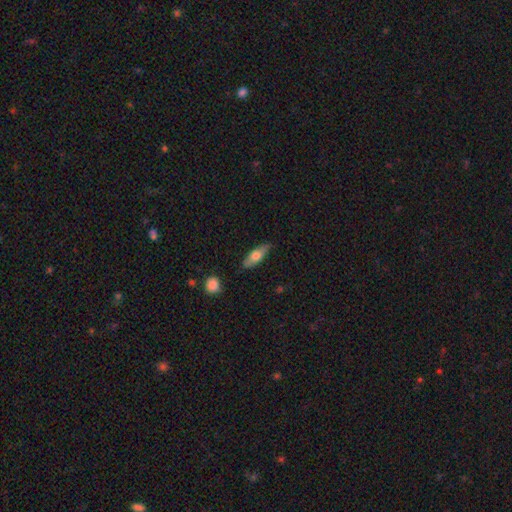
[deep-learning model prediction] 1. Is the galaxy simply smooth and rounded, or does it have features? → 60% smooth, 34% featured or disk, 6% star or artifact.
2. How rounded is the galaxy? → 57% in between, 40% cigar-shaped, 3% round.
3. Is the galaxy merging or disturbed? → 80% none, 15% minor disturbance, 3% major disturbance, 2% merger.